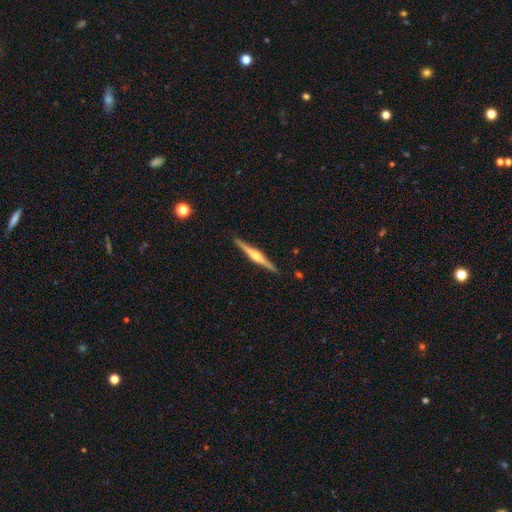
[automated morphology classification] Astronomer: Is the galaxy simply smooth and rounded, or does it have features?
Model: featured or disk — 82%.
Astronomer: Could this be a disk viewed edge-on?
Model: yes — 99%.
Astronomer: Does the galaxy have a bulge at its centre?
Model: rounded — 91%.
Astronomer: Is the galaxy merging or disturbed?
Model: none — 91%.